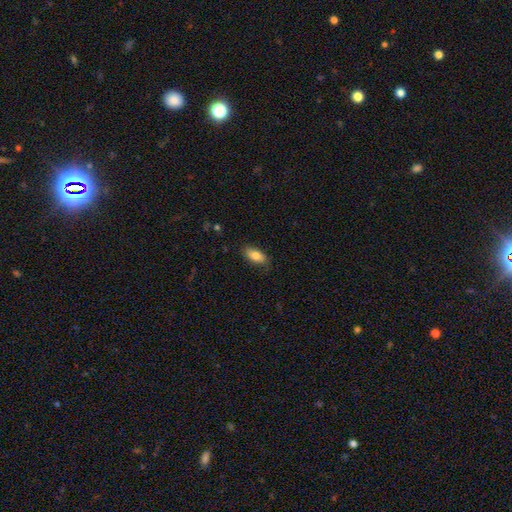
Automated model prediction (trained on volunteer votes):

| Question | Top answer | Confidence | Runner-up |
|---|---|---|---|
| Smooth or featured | smooth | 81% | featured or disk (12%) |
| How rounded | in between | 87% | cigar-shaped (10%) |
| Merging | none | 81% | minor disturbance (15%) |